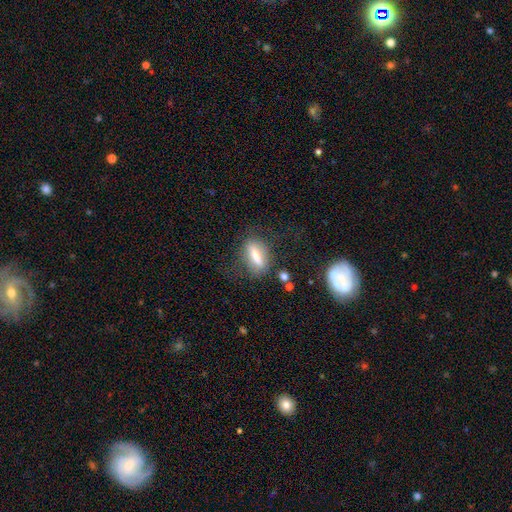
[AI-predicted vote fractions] Smooth or featured? Predicted: smooth (p=0.59). How rounded? Predicted: in between (p=0.56). Merging? Predicted: none (p=0.67).